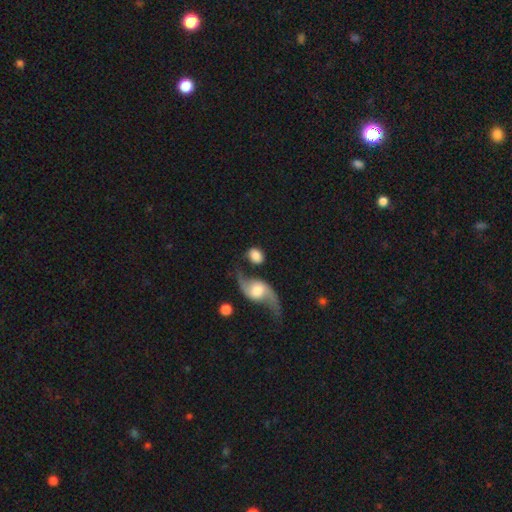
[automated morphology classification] The model was most divided on "how rounded": in between: 56%, round: 42%, cigar-shaped: 2%. More confident: smooth or featured — smooth (65%); merging — none (56%).